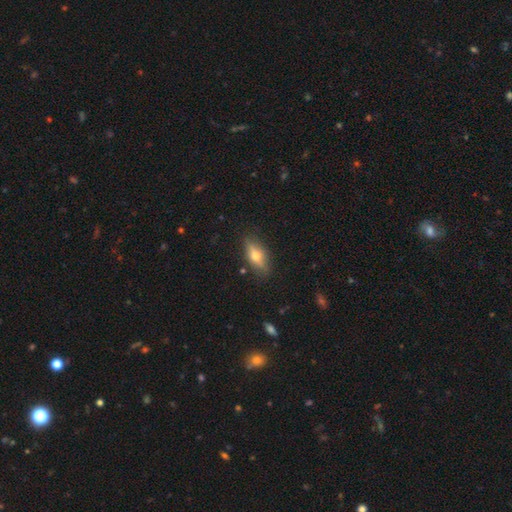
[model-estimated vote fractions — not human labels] Smooth or featured? Predicted: smooth (p=0.47). Merging? Predicted: none (p=0.82).